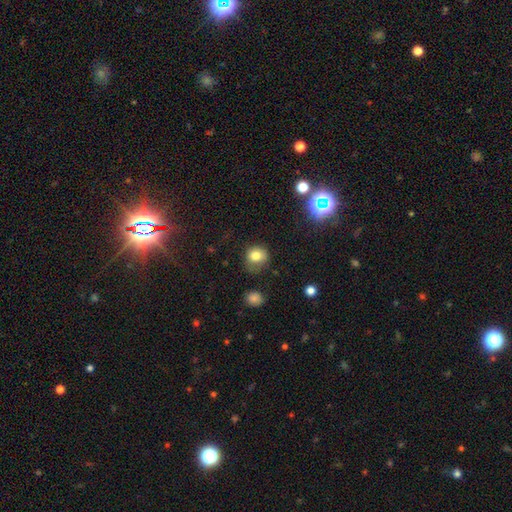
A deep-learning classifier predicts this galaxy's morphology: smooth-or-featured: smooth: 79% | star or artifact: 13% | featured or disk: 8%
  how-rounded: round: 76% | in between: 23% | cigar-shaped: 1%
  merging: none: 58% | minor disturbance: 28% | major disturbance: 12% | merger: 3%